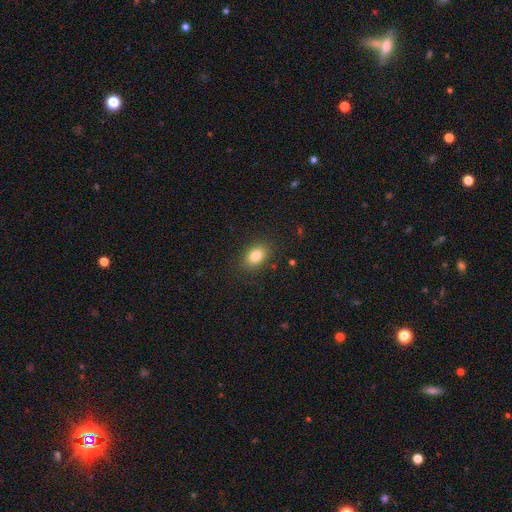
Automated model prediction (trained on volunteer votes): Morphology: type=smooth (83%); roundness=in between (78%); merging=none (86%).